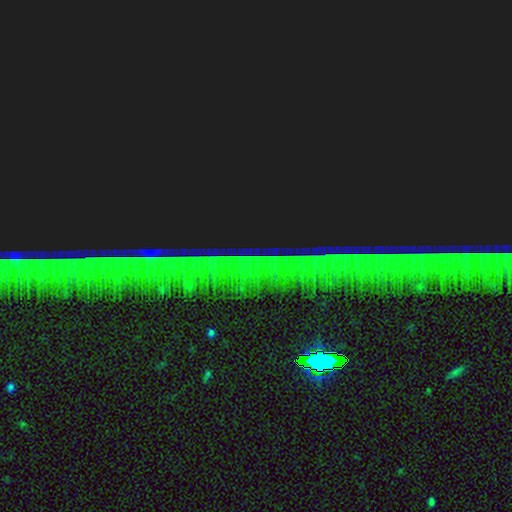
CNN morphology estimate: smooth-or-featured: star or artifact: 87% | featured or disk: 7% | smooth: 6%